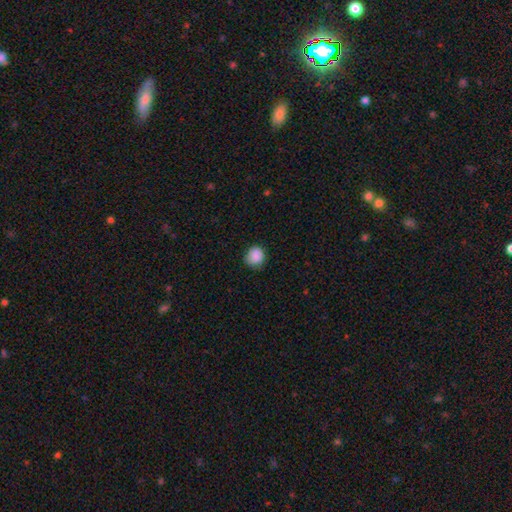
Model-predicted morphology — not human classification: Smooth or featured?
  - smooth: 88% *
  - star or artifact: 8%
  - featured or disk: 4%
How rounded?
  - round: 84% *
  - in between: 16%
  - cigar-shaped: 1%
Merging?
  - none: 78% *
  - minor disturbance: 17%
  - major disturbance: 3%
  - merger: 1%